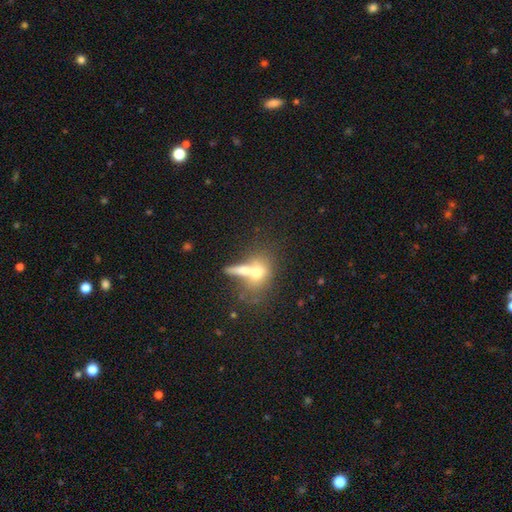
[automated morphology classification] Smooth or featured?
  - smooth: 46% *
  - featured or disk: 29%
  - star or artifact: 25%
Merging?
  - merger: 42% *
  - none: 36%
  - minor disturbance: 12%
  - major disturbance: 10%